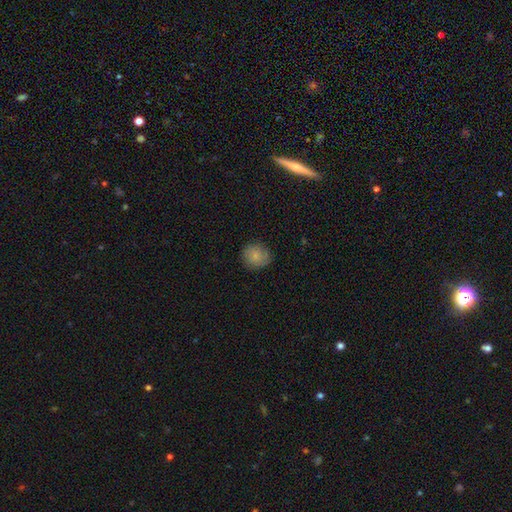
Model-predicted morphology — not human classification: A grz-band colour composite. It shows a smooth galaxy with no disk features (84%) that is round (87%). Merging: none (86%).